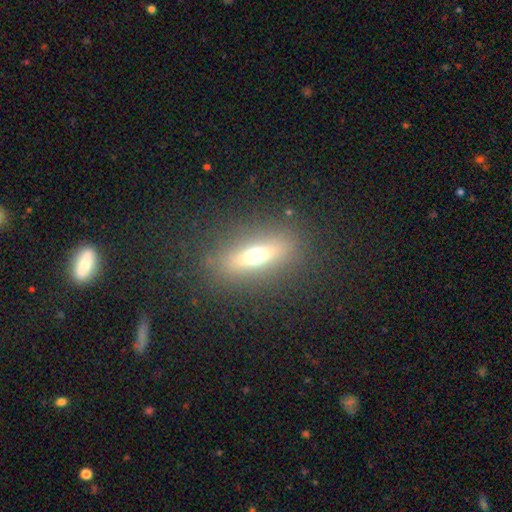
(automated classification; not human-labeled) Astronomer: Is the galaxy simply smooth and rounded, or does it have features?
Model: smooth — 50% (runner-up: featured or disk, 36%).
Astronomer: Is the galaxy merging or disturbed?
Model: none — 83%.